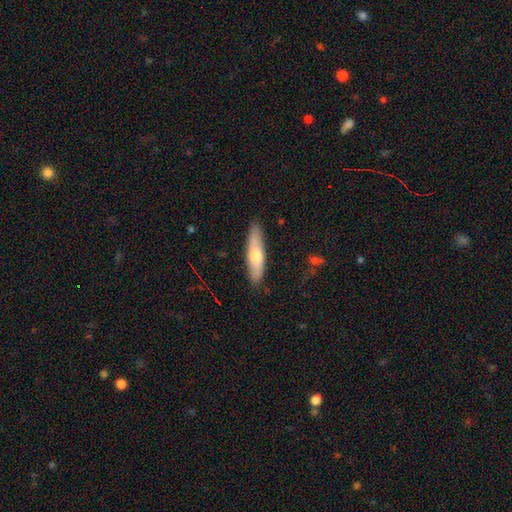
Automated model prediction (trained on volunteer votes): This appears to be a smooth galaxy with no disk features (60%) that is cigar-shaped (76%). Merging: none (84%).